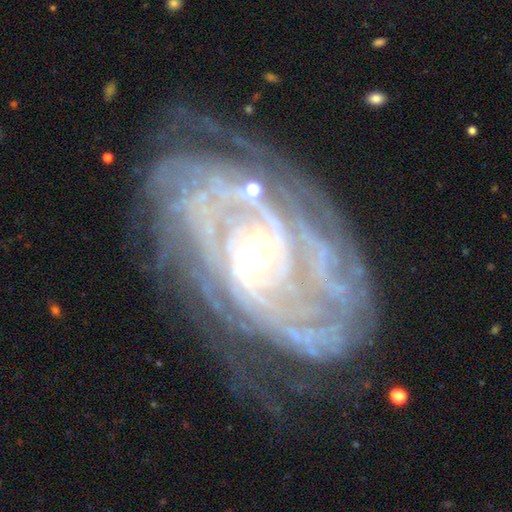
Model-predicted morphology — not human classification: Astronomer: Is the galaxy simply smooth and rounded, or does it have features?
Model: featured or disk — 89%.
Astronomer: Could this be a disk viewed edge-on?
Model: no — 95%.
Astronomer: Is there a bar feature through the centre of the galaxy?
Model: no — 44% (runner-up: weak, 36%).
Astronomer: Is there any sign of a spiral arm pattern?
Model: yes — 96%.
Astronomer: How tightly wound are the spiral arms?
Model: tight — 76%.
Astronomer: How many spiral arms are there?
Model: can't tell — 34% (runner-up: more than 4, 18%).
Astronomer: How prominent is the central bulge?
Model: moderate — 58%.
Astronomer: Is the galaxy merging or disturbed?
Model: none — 69%.